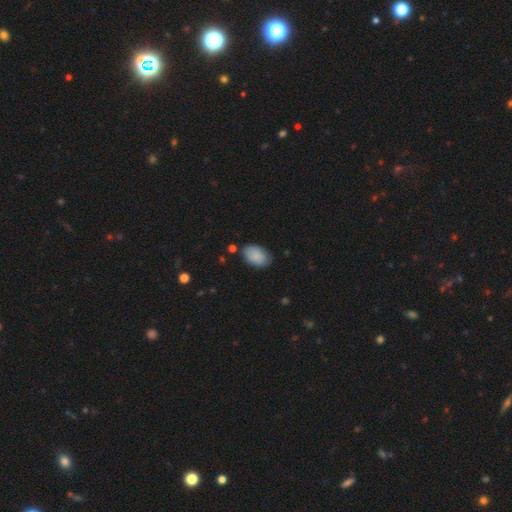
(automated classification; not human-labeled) Smooth or featured? smooth (86%)
How rounded? in between (91%)
Merging? none (77%)